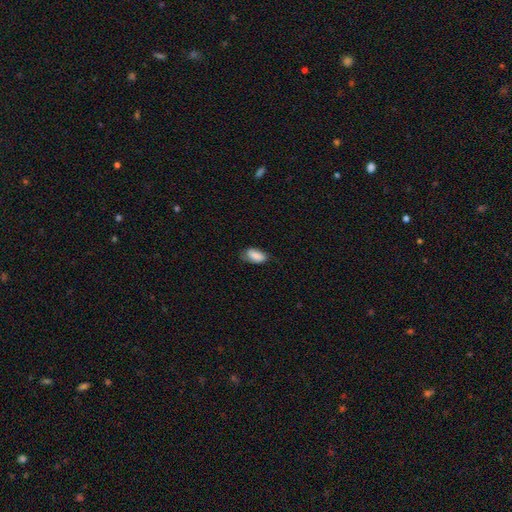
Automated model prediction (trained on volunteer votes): Smooth or featured: smooth — 82% (featured or disk — 11%)
How rounded: in between — 91% (cigar-shaped — 6%)
Merging: none — 61% (minor disturbance — 30%)